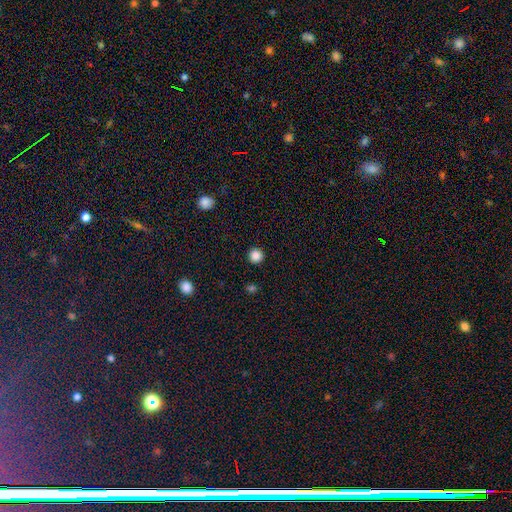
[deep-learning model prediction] Smooth or featured?
  - smooth: 86% *
  - star or artifact: 11%
  - featured or disk: 3%
How rounded?
  - round: 95% *
  - in between: 4%
  - cigar-shaped: 1%
Merging?
  - none: 93% *
  - minor disturbance: 5%
  - major disturbance: 2%
  - merger: 1%